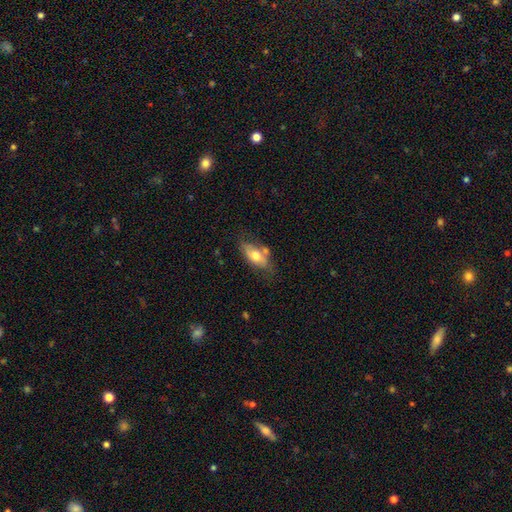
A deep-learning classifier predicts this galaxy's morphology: type=smooth (59%); roundness=in between (85%); merging=none (54%).